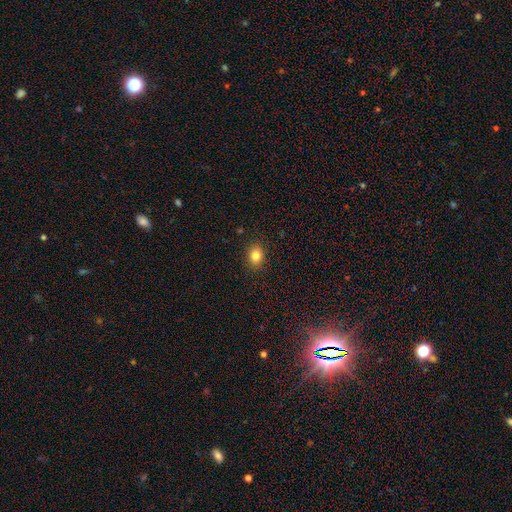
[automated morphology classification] Smooth or featured?
  - smooth: 83% *
  - star or artifact: 11%
  - featured or disk: 6%
How rounded?
  - in between: 52% *
  - round: 47%
  - cigar-shaped: 1%
Merging?
  - none: 89% *
  - minor disturbance: 8%
  - major disturbance: 2%
  - merger: 1%